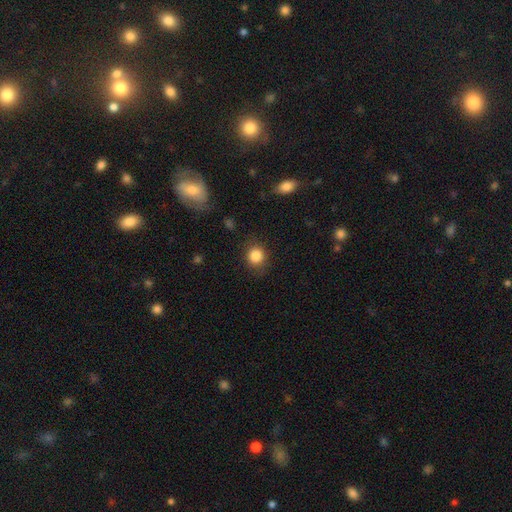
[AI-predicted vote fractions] A smooth galaxy with no disk features (85%) that is round (82%). Merging: none (82%).